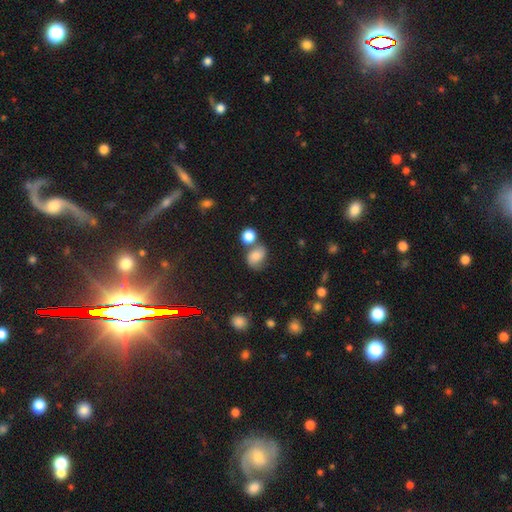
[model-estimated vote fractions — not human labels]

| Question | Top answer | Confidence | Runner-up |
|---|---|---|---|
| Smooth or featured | smooth | 64% | featured or disk (23%) |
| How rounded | in between | 53% | round (46%) |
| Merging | none | 50% | merger (24%) |